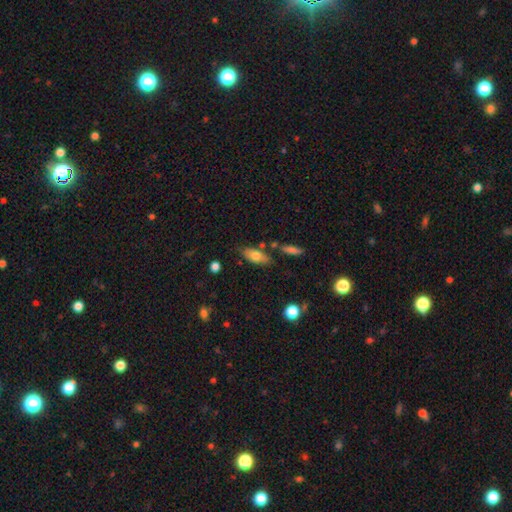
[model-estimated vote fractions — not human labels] Smooth or featured: smooth — 70% (featured or disk — 23%)
How rounded: in between — 83% (cigar-shaped — 13%)
Merging: none — 72% (minor disturbance — 17%)